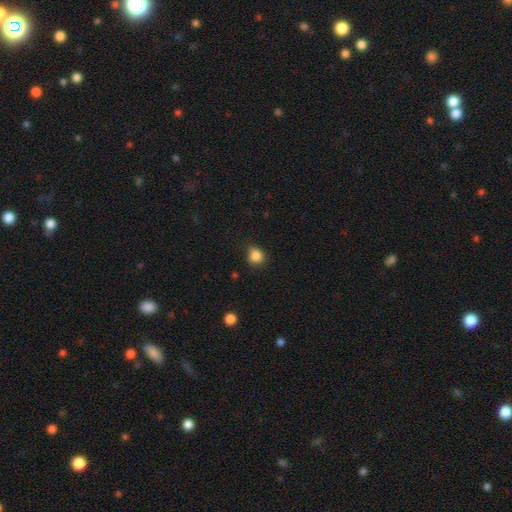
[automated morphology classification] smooth_or_featured: smooth (p=0.86) [alt: star or artifact p=0.11]
how_rounded: round (p=0.80) [alt: in between p=0.19]
merging: none (p=0.78) [alt: minor disturbance p=0.17]